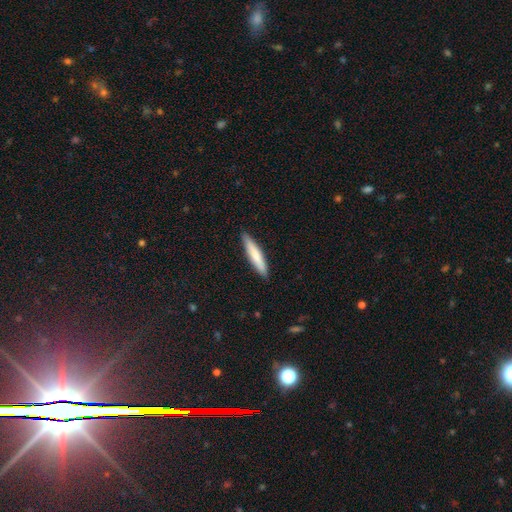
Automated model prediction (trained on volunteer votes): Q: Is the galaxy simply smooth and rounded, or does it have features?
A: smooth — 77%.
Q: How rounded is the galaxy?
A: cigar-shaped — 89%.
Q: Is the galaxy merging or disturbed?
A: none — 89%.